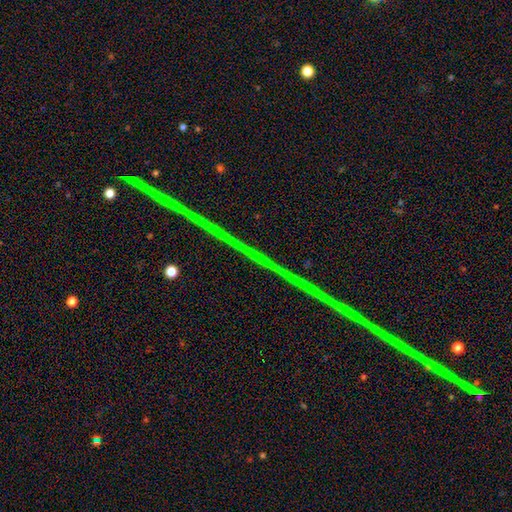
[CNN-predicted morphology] Smooth or featured?
  - star or artifact: 88% *
  - featured or disk: 7%
  - smooth: 4%